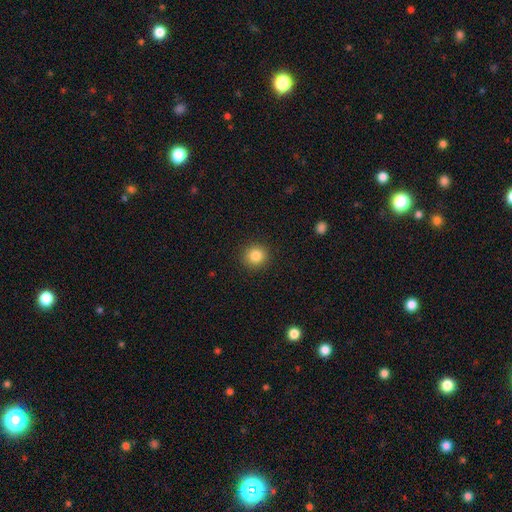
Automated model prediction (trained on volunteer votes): Smooth or featured?
  - smooth: 85% *
  - star or artifact: 11%
  - featured or disk: 4%
How rounded?
  - round: 92% *
  - in between: 8%
  - cigar-shaped: 1%
Merging?
  - none: 91% *
  - minor disturbance: 6%
  - major disturbance: 2%
  - merger: 1%